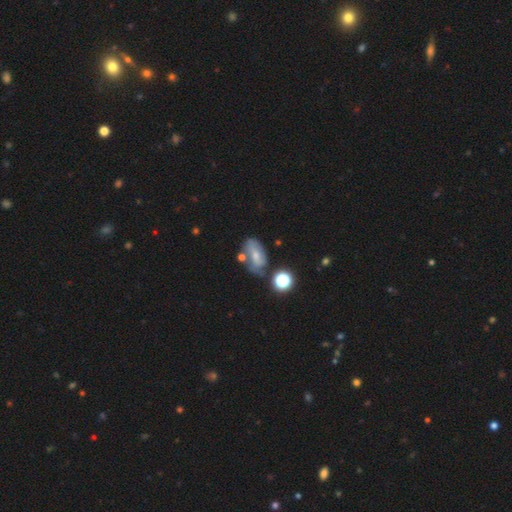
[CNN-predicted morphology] Smooth or featured?
  - smooth: 50% *
  - featured or disk: 37%
  - star or artifact: 13%
How rounded?
  - in between: 83% *
  - round: 13%
  - cigar-shaped: 4%
Merging?
  - none: 45% *
  - minor disturbance: 26%
  - merger: 16%
  - major disturbance: 13%